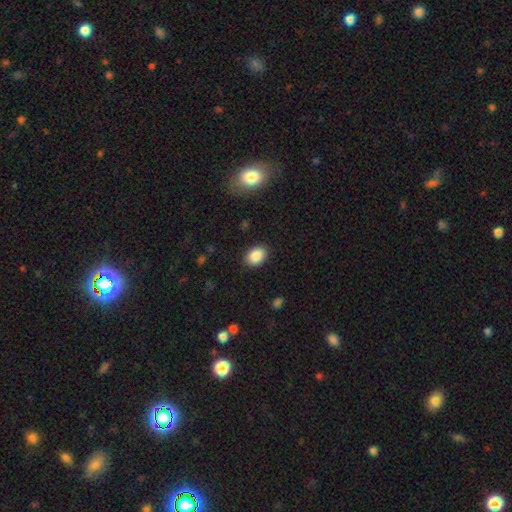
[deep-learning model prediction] Smooth or featured? smooth (88%)
How rounded? in between (75%)
Merging? none (88%)